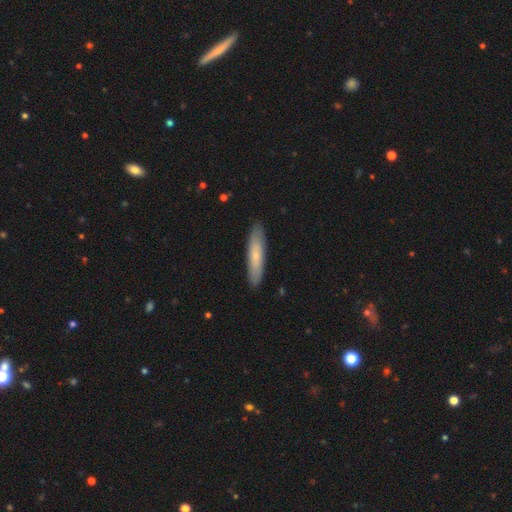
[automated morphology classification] smooth-or-featured: smooth: 65% | featured or disk: 30% | star or artifact: 6%
  how-rounded: cigar-shaped: 82% | in between: 17% | round: 2%
  merging: none: 89% | minor disturbance: 8% | major disturbance: 2% | merger: 1%